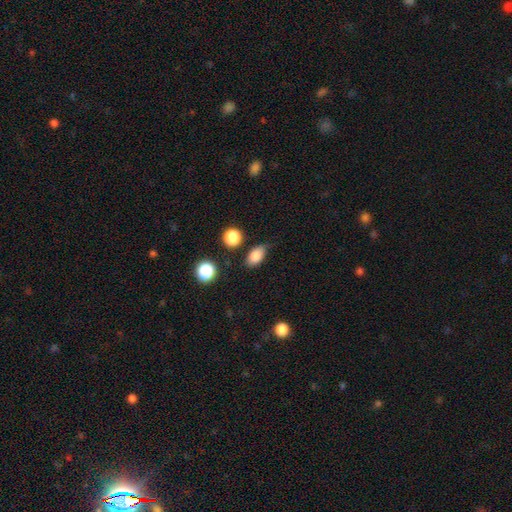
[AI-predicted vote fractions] smooth-or-featured: smooth: 84% | star or artifact: 10% | featured or disk: 6%
  how-rounded: in between: 83% | round: 14% | cigar-shaped: 3%
  merging: none: 70% | minor disturbance: 22% | major disturbance: 5% | merger: 4%